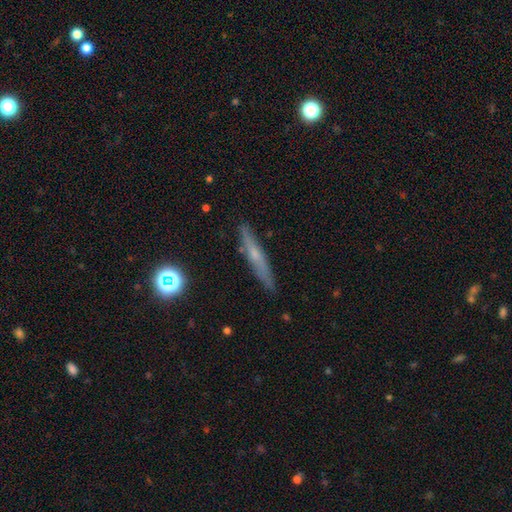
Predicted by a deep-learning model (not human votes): Overall: featured or disk (50%; smooth 41%). Merging: none (86%).